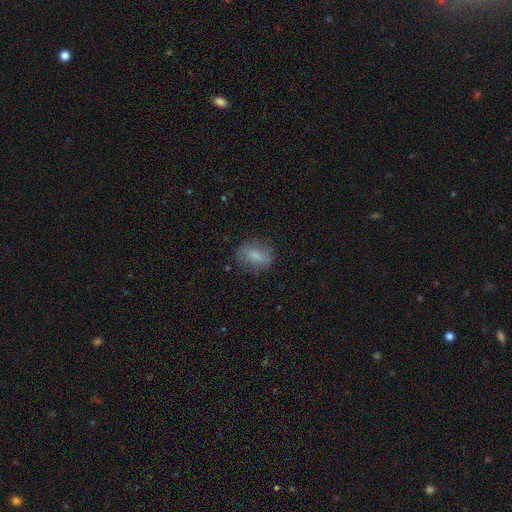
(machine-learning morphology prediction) This appears to be a smooth galaxy with no disk features (72%) that is in between round and cigar-shaped (66%). Merging: none (76%).